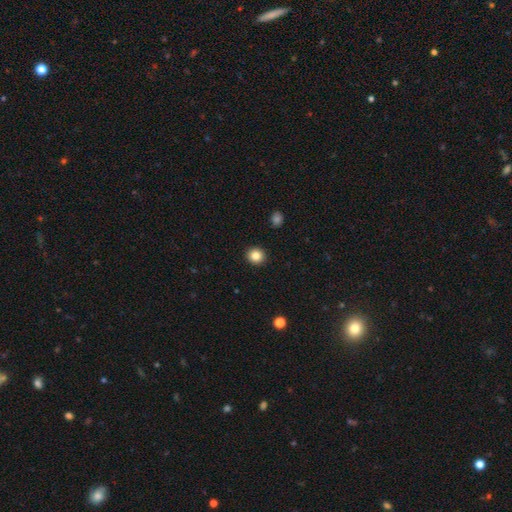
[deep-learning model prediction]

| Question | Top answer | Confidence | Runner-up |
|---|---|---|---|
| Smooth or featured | smooth | 84% | star or artifact (10%) |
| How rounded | round | 86% | in between (13%) |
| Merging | none | 93% | minor disturbance (5%) |